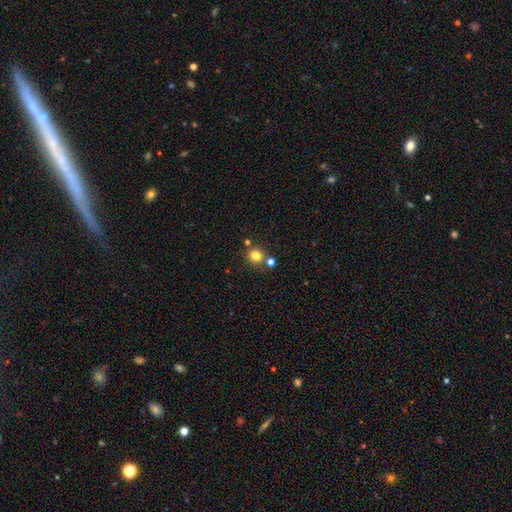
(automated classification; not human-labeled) This appears to be a smooth galaxy with no disk features (80%) that is round (86%). Merging: none (75%).